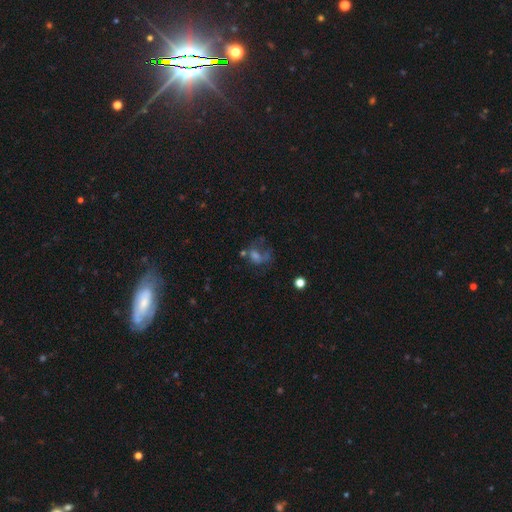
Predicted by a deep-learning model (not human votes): A featured or disk galaxy (40%).

Vote fractions:
- Smooth or featured? featured or disk: 40% / smooth: 32% / star or artifact: 29%
- Merging? major disturbance: 37% / none: 34% / minor disturbance: 17% / merger: 12%